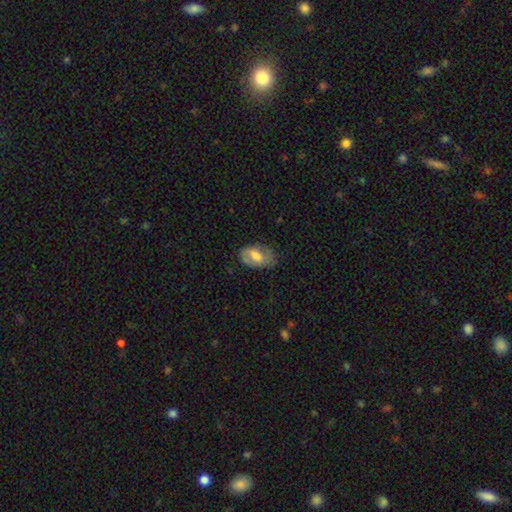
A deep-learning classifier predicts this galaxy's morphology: smooth_or_featured: smooth (p=0.55) [alt: featured or disk p=0.38]
how_rounded: in between (p=0.90) [alt: round p=0.08]
merging: none (p=0.63) [alt: minor disturbance p=0.26]